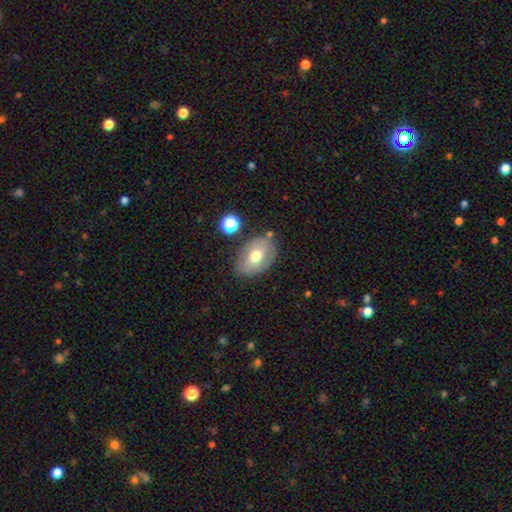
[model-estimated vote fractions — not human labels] Smooth or featured: smooth — 59% (featured or disk — 33%)
How rounded: in between — 82% (round — 17%)
Merging: none — 75% (minor disturbance — 16%)